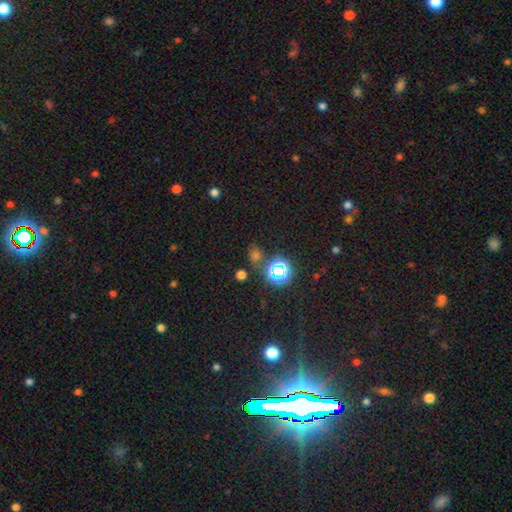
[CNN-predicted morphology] Smooth or featured?
  - star or artifact: 53% *
  - smooth: 40%
  - featured or disk: 8%